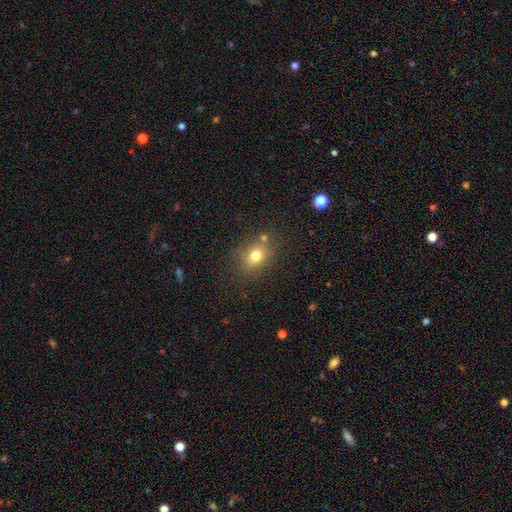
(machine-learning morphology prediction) smooth 76%, star or artifact 14%, featured or disk 10%. Down the decision tree: how rounded — round (50%); merging — none (74%).